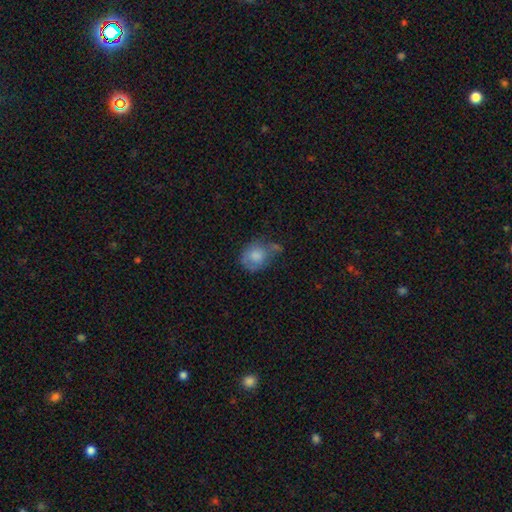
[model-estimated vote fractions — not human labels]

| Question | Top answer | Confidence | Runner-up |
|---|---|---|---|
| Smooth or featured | smooth | 72% | featured or disk (21%) |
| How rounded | round | 56% | in between (42%) |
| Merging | none | 38% | minor disturbance (34%) |